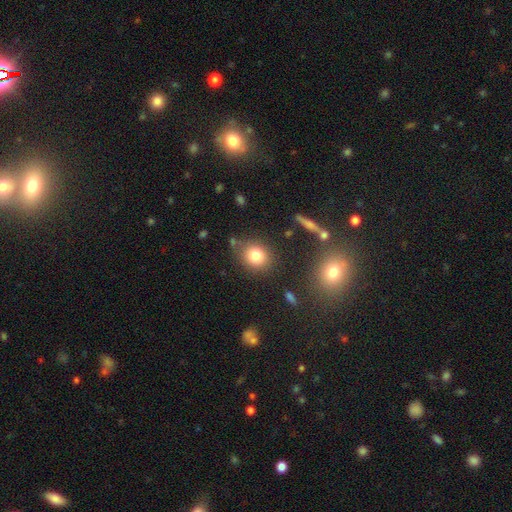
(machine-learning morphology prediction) This appears to be a smooth galaxy with no disk features (80%) that is round (75%). Merging: none (77%).